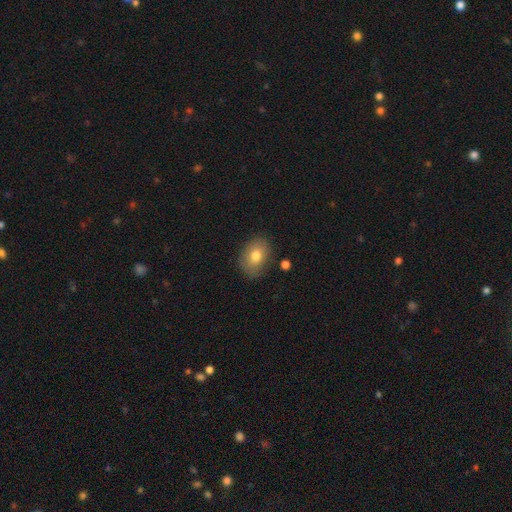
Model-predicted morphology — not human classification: A smooth galaxy with no disk features (77%) that is in between round and cigar-shaped (73%).

Vote fractions:
- Smooth or featured? smooth: 77% / featured or disk: 14% / star or artifact: 8%
- How rounded? in between: 73% / round: 26% / cigar-shaped: 1%
- Merging? none: 79% / minor disturbance: 15% / major disturbance: 4% / merger: 2%